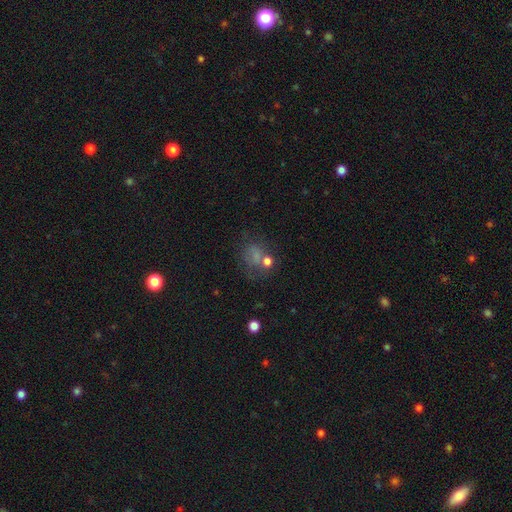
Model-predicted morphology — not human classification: Smooth or featured?
  - smooth: 50% *
  - star or artifact: 26%
  - featured or disk: 24%
How rounded?
  - round: 60% *
  - in between: 38%
  - cigar-shaped: 1%
Merging?
  - none: 44% *
  - major disturbance: 23%
  - minor disturbance: 19%
  - merger: 14%